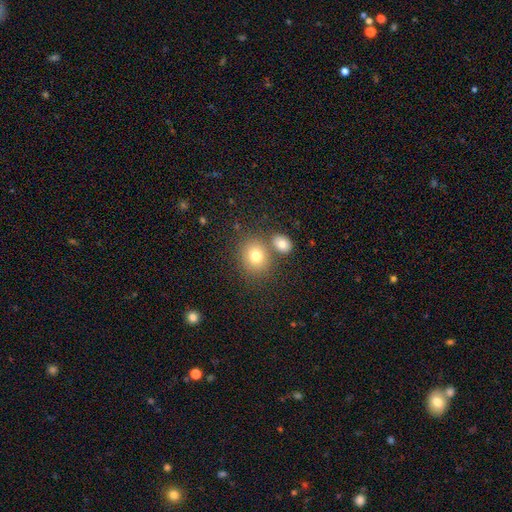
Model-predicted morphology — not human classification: This appears to be a smooth galaxy with no disk features (77%) that is round (68%). Merging: none (66%).